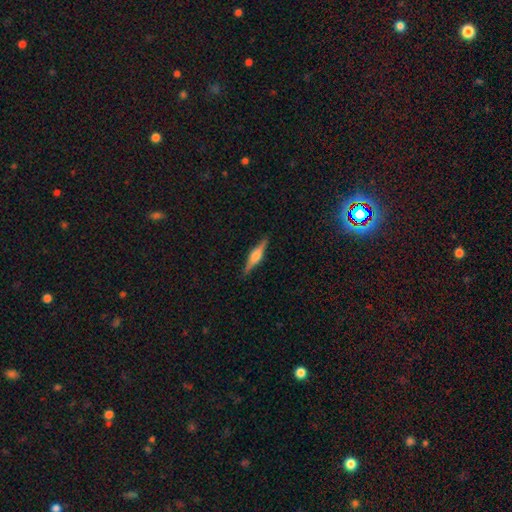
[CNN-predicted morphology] Smooth or featured? Predicted: featured or disk (p=0.73). Edge-on disk? Predicted: yes (p=0.98). Edge-on bulge? Predicted: rounded (p=0.86). Merging? Predicted: none (p=0.90).